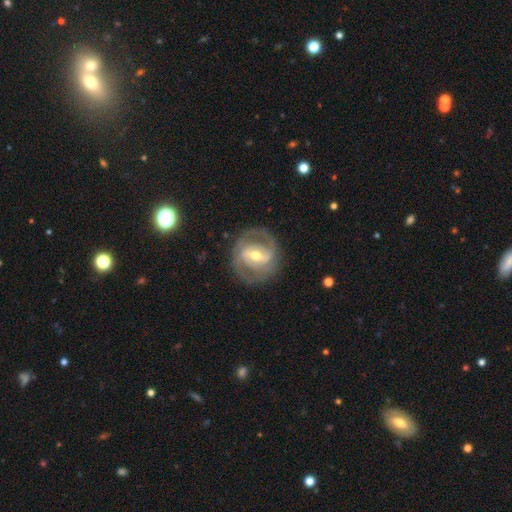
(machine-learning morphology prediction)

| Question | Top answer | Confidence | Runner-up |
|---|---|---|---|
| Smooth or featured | featured or disk | 84% | smooth (11%) |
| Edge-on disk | no | 97% | yes (3%) |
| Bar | weak | 42% | strong (39%) |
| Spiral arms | yes | 88% | no (12%) |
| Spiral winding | tight | 45% | medium (43%) |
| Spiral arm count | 2 | 74% | can't tell (12%) |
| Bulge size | moderate | 64% | small (30%) |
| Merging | none | 79% | minor disturbance (13%) |